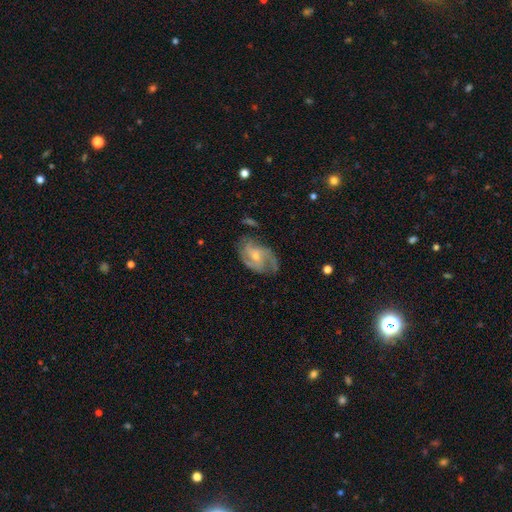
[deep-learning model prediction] This appears to be a featured or disk galaxy (81%) with no bar (58%), 2 (37%) medium (49%) spiral arms (93%) and a small central bulge (56%). Merging: none (61%).